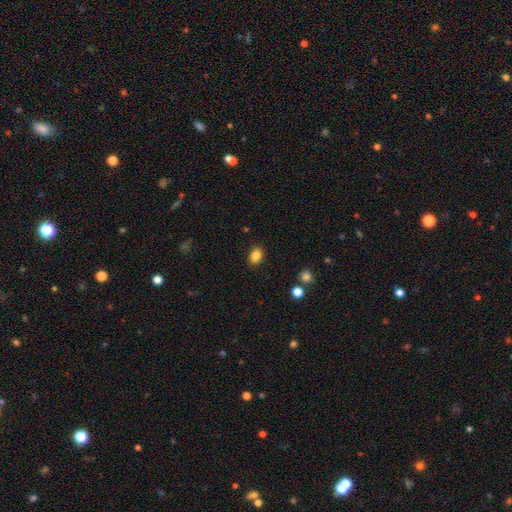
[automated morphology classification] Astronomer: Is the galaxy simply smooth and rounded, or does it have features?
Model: smooth — 86%.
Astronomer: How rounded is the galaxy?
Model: in between — 73%.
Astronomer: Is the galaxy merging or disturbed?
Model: none — 87%.